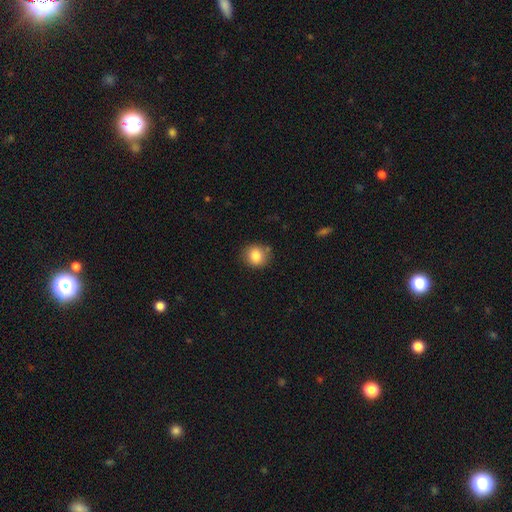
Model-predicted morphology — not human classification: The model was most divided on "merging": none: 80%, minor disturbance: 13%, merger: 4%, major disturbance: 3%. More confident: smooth or featured — smooth (84%); how rounded — round (84%).